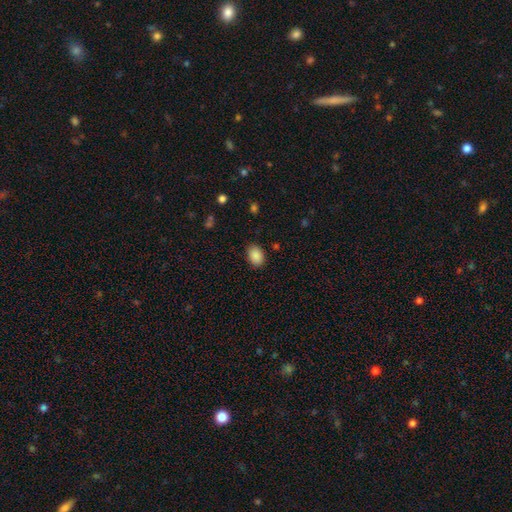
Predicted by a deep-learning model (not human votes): The model was most divided on "how rounded": in between: 77%, round: 22%, cigar-shaped: 1%. More confident: smooth or featured — smooth (89%); merging — none (86%).